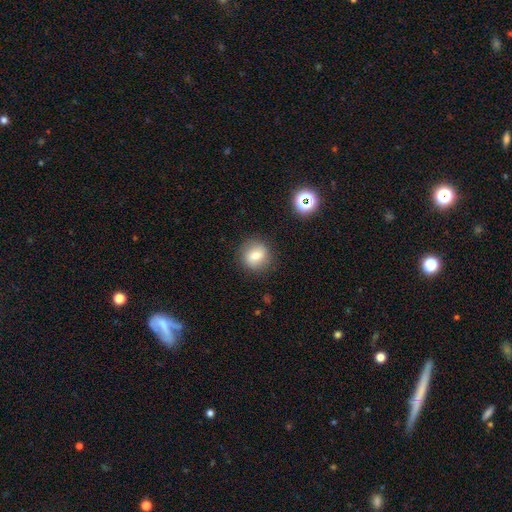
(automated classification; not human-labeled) smooth 73%, featured or disk 17%, star or artifact 11%. Down the decision tree: how rounded — round (84%); merging — none (86%).